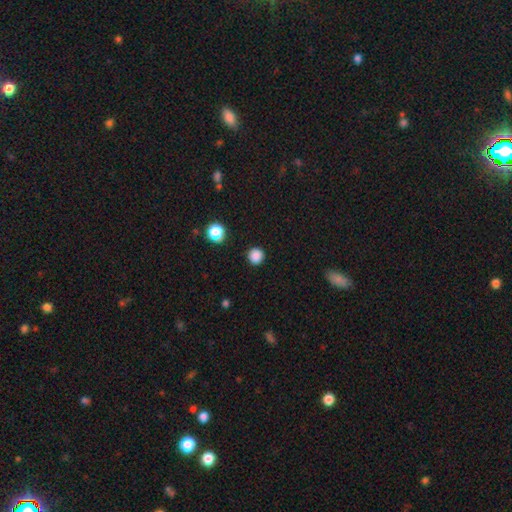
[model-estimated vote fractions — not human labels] Smooth or featured?
  - smooth: 86% *
  - star or artifact: 12%
  - featured or disk: 3%
How rounded?
  - round: 95% *
  - in between: 5%
  - cigar-shaped: 1%
Merging?
  - none: 91% *
  - minor disturbance: 5%
  - major disturbance: 2%
  - merger: 1%